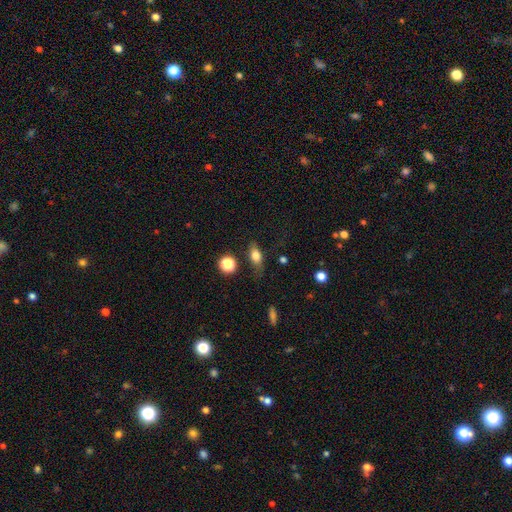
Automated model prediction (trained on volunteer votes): smooth-or-featured: smooth: 73% | featured or disk: 17% | star or artifact: 10%
  how-rounded: in between: 71% | round: 15% | cigar-shaped: 14%
  merging: none: 69% | minor disturbance: 21% | major disturbance: 7% | merger: 3%